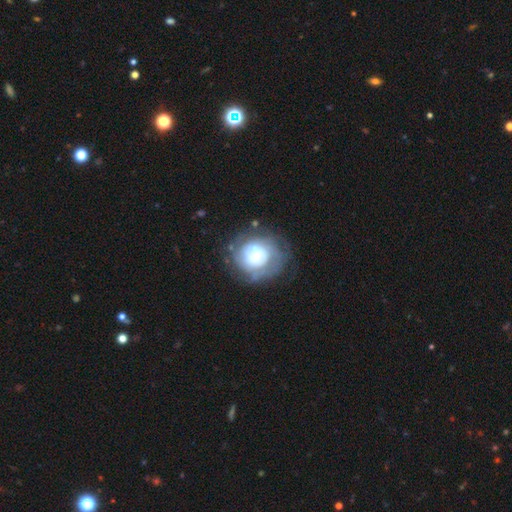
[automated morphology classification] A featured or disk galaxy (59%) with no bar (78%), spiral arms (60%) and a small central bulge (53%).

Vote fractions:
- Smooth or featured? featured or disk: 59% / smooth: 33% / star or artifact: 8%
- Edge-on disk? no: 97% / yes: 3%
- Bar? no: 78% / weak: 17% / strong: 4%
- Spiral arms? yes: 60% / no: 40%
- Bulge size? small: 53% / moderate: 28% / large: 12% / dominant: 4% / none: 3%
- Merging? none: 65% / minor disturbance: 18% / major disturbance: 13% / merger: 5%